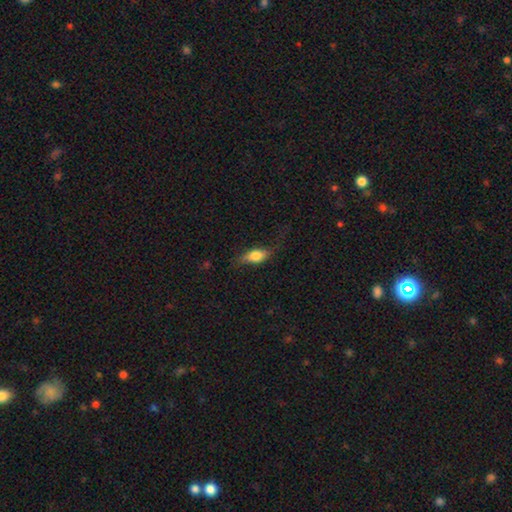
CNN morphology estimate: type=smooth (66%); roundness=in between (76%); merging=none (64%).